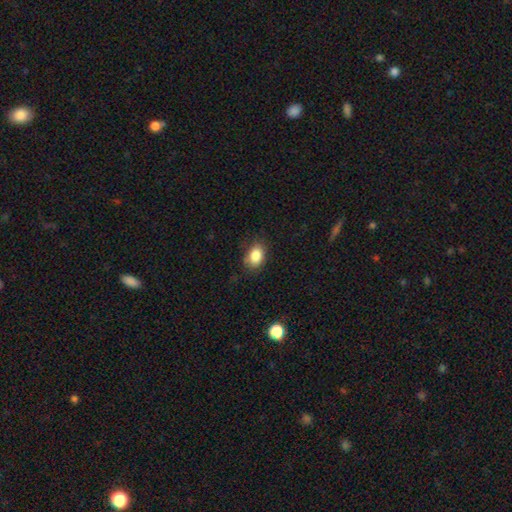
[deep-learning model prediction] The model was most divided on "how rounded": in between: 78%, round: 21%, cigar-shaped: 1%. More confident: smooth or featured — smooth (85%); merging — none (80%).